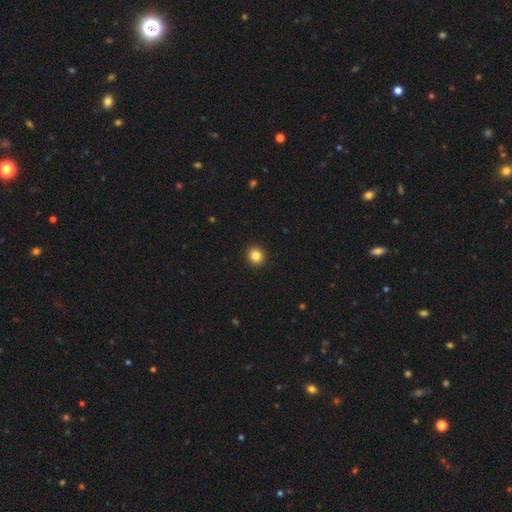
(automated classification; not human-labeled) Smooth or featured? Predicted: smooth (p=0.85). How rounded? Predicted: round (p=0.88). Merging? Predicted: none (p=0.93).